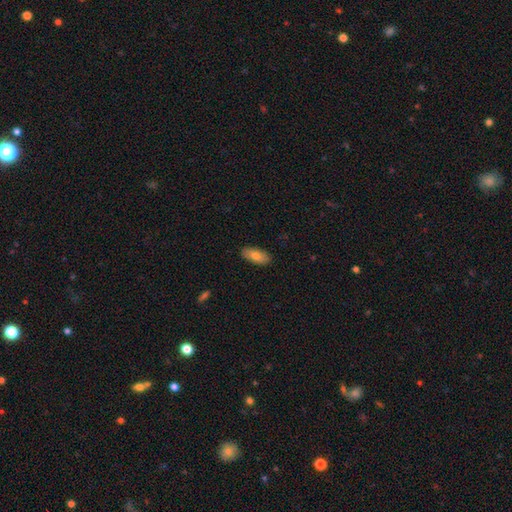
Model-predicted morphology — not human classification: This is likely a smooth galaxy (76%). How rounded: clearly in between (87%). Merging: clearly none (89%).